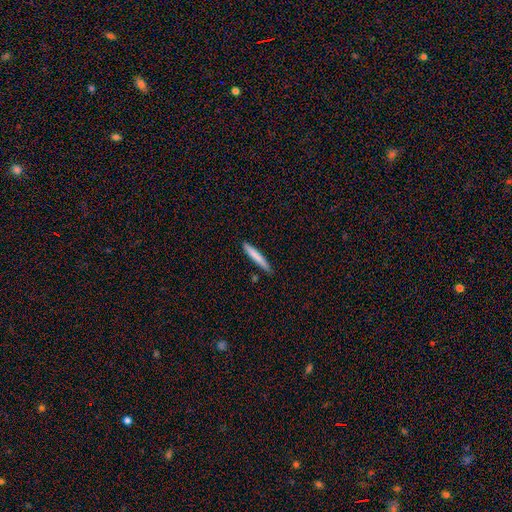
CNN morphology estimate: smooth-or-featured: smooth: 78% | featured or disk: 17% | star or artifact: 6%
  how-rounded: cigar-shaped: 95% | in between: 4% | round: 1%
  merging: none: 86% | minor disturbance: 10% | merger: 2% | major disturbance: 2%